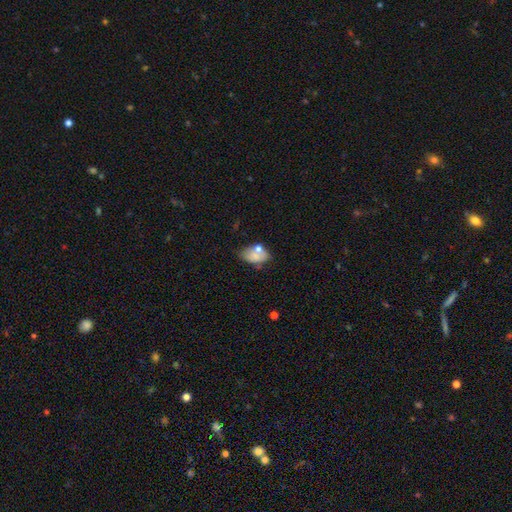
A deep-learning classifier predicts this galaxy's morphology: type=smooth (70%); roundness=in between (88%); merging=none (48%).